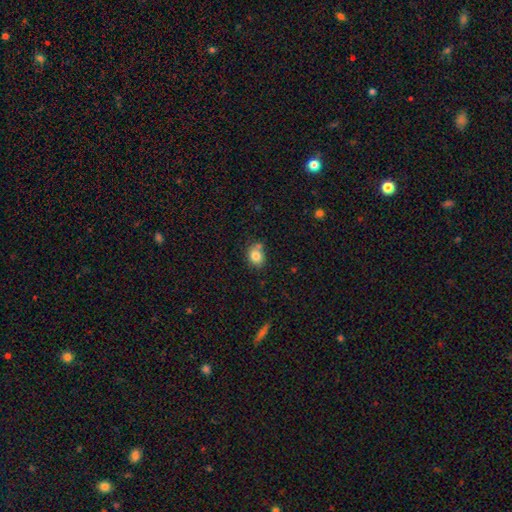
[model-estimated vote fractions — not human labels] Smooth or featured?
  - smooth: 82% *
  - star or artifact: 10%
  - featured or disk: 8%
How rounded?
  - round: 52% *
  - in between: 47%
  - cigar-shaped: 1%
Merging?
  - none: 64% *
  - minor disturbance: 17%
  - merger: 14%
  - major disturbance: 4%